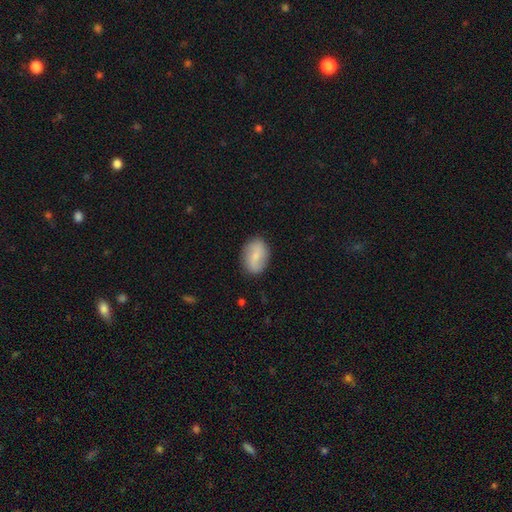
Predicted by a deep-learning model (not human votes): smooth-or-featured: smooth: 62% | featured or disk: 32% | star or artifact: 7%
  how-rounded: in between: 81% | round: 17% | cigar-shaped: 2%
  merging: none: 83% | minor disturbance: 12% | major disturbance: 3% | merger: 1%